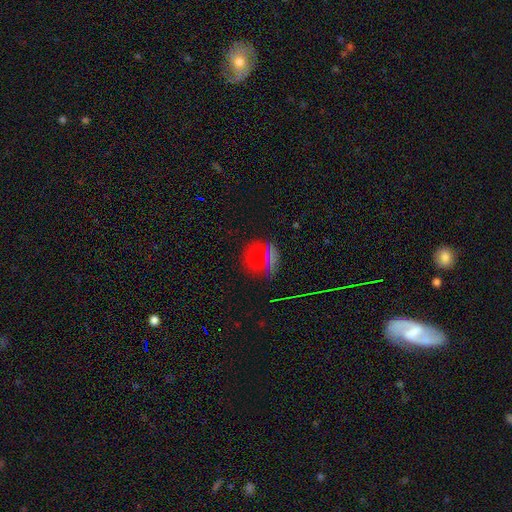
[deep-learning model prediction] smooth-or-featured: smooth: 55% | star or artifact: 34% | featured or disk: 11%
  how-rounded: round: 87% | in between: 11% | cigar-shaped: 2%
  merging: none: 76% | minor disturbance: 14% | major disturbance: 6% | merger: 4%